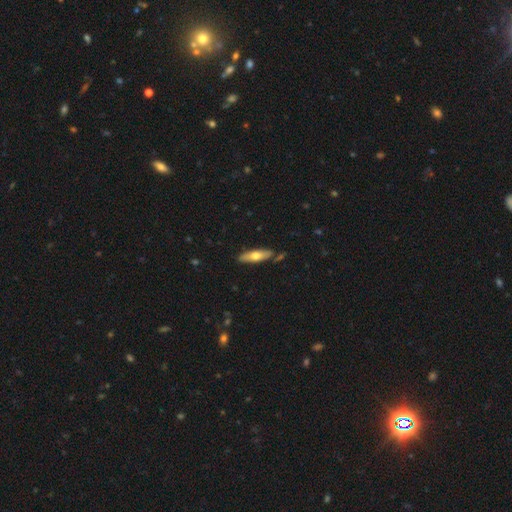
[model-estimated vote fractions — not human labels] smooth 59%, featured or disk 35%, star or artifact 6%. Down the decision tree: how rounded — cigar-shaped (58%); merging — none (81%).